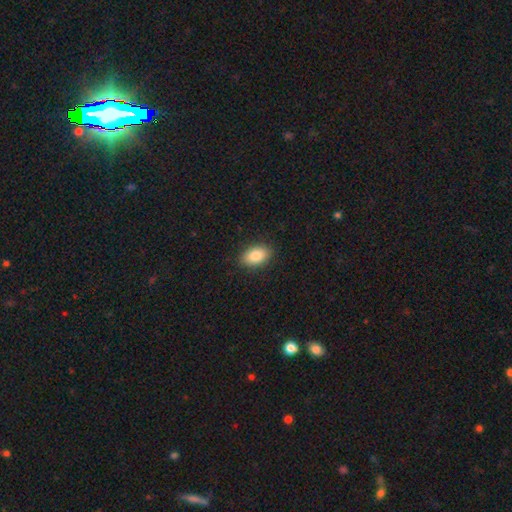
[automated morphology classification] type=smooth (85%); roundness=in between (90%); merging=none (88%).